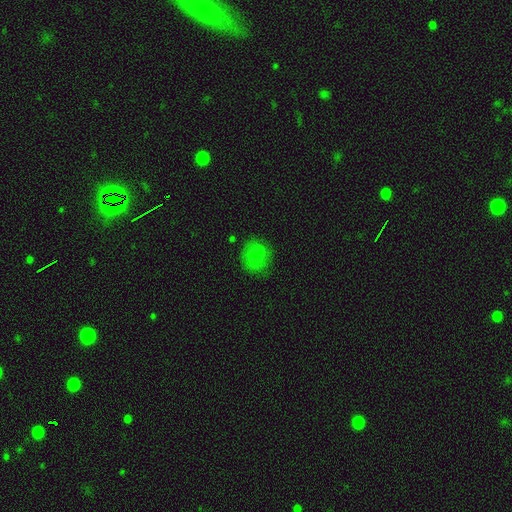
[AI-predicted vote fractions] Overall: smooth (73%). How rounded: round (79%). Merging: none (76%).